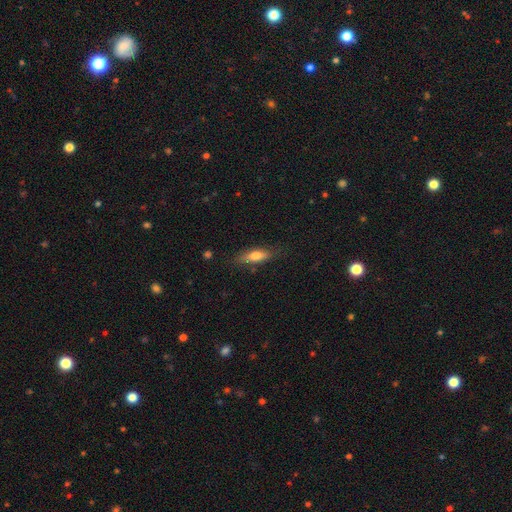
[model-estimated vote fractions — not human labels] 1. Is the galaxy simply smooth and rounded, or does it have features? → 70% smooth, 23% featured or disk, 7% star or artifact.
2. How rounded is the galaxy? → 52% in between, 45% cigar-shaped, 3% round.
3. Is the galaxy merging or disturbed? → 78% none, 17% minor disturbance, 4% major disturbance, 2% merger.